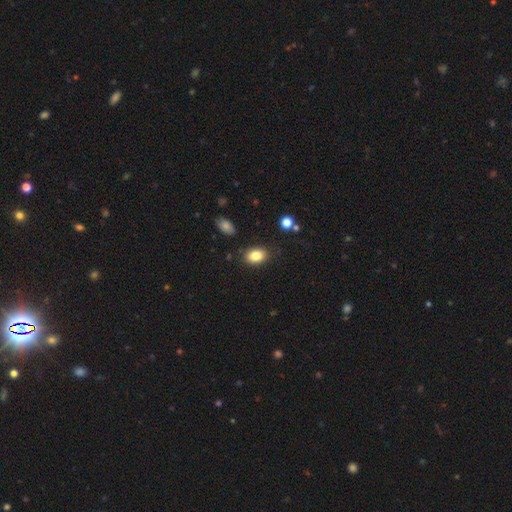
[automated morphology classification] smooth 85%, star or artifact 9%, featured or disk 6%. Down the decision tree: how rounded — in between (80%); merging — none (83%).